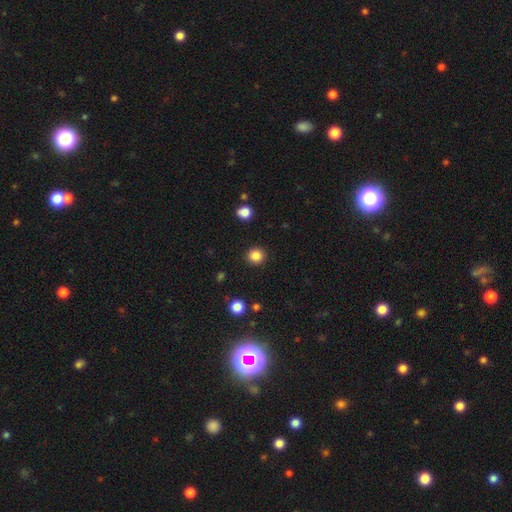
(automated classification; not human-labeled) Q: Smooth or featured?
A: smooth (85%); runner-up: star or artifact (11%)
Q: How rounded?
A: round (92%); runner-up: in between (7%)
Q: Merging?
A: none (91%); runner-up: minor disturbance (5%)